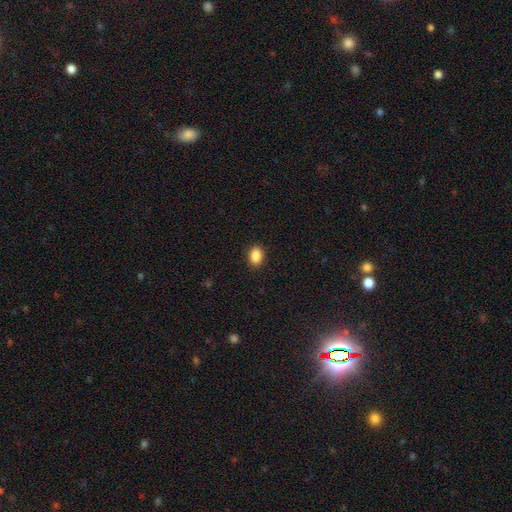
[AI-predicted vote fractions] This appears to be a smooth galaxy with no disk features (89%) that is in between round and cigar-shaped (74%). Merging: none (90%).